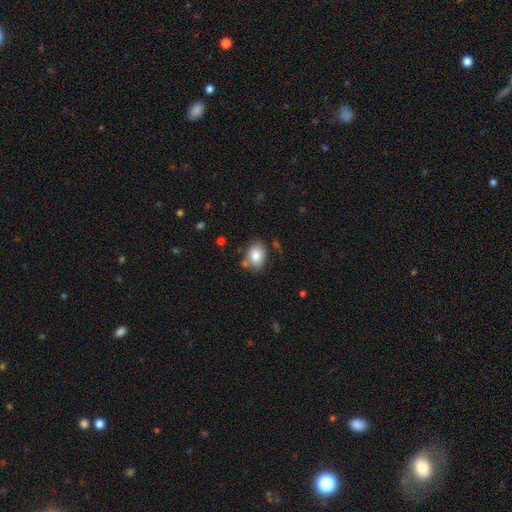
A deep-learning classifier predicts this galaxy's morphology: smooth-or-featured: smooth: 82% | featured or disk: 10% | star or artifact: 8%
  how-rounded: in between: 67% | round: 32% | cigar-shaped: 1%
  merging: none: 69% | minor disturbance: 18% | merger: 8% | major disturbance: 5%